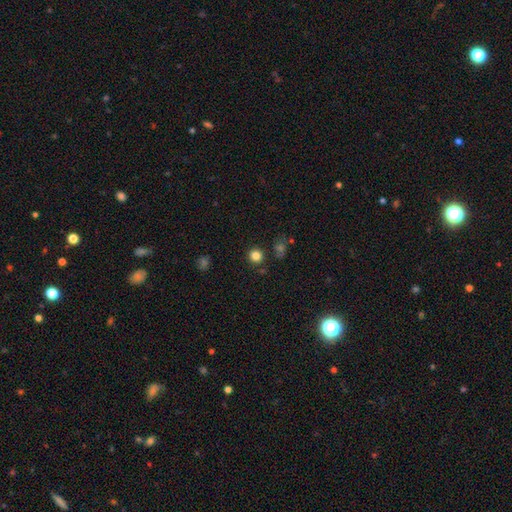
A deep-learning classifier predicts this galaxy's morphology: Smooth or featured: smooth — 82% (star or artifact — 13%)
How rounded: round — 93% (in between — 6%)
Merging: none — 87% (minor disturbance — 7%)